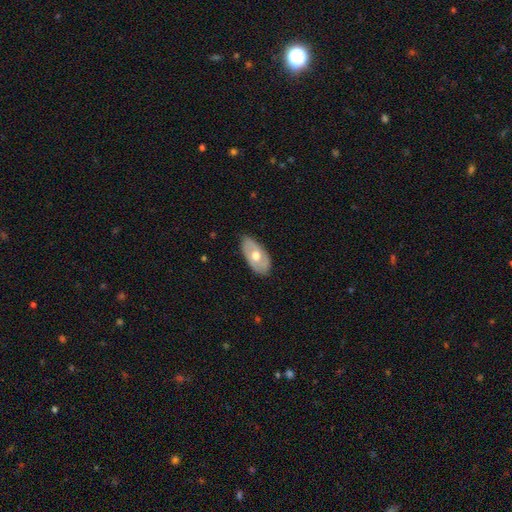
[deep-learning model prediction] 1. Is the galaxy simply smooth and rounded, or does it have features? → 50% smooth, 45% featured or disk, 5% star or artifact.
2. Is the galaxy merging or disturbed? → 77% none, 19% minor disturbance, 3% major disturbance, 1% merger.